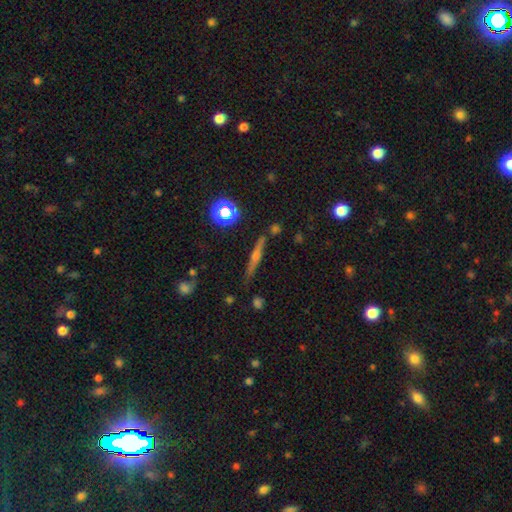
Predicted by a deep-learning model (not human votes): Smooth or featured? Predicted: featured or disk (p=0.53). Edge-on disk? Predicted: yes (p=0.95). Edge-on bulge? Predicted: rounded (p=0.72). Merging? Predicted: none (p=0.84).